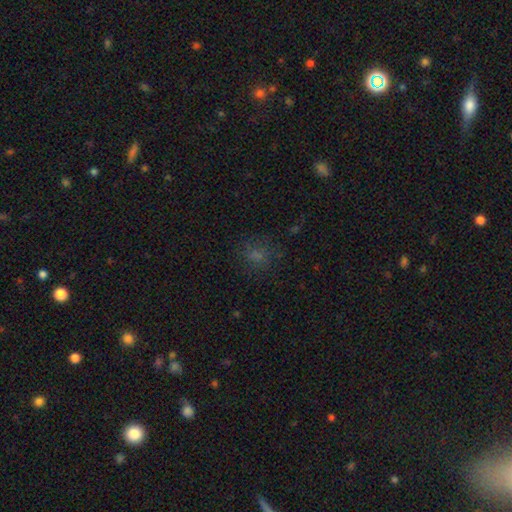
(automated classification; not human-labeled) Morphology: type=smooth (49%); merging=none (82%).